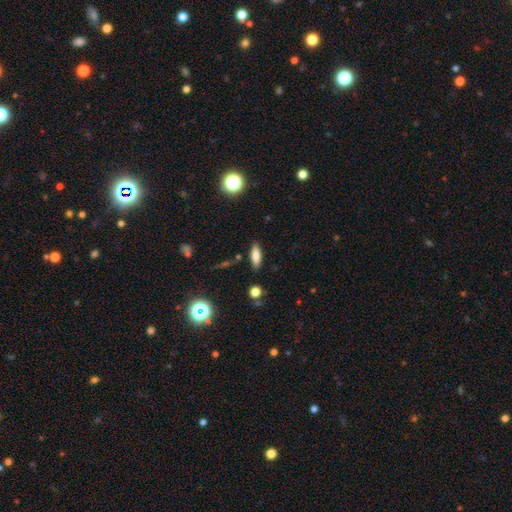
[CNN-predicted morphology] type=smooth (77%); roundness=in between (57%); merging=none (86%).